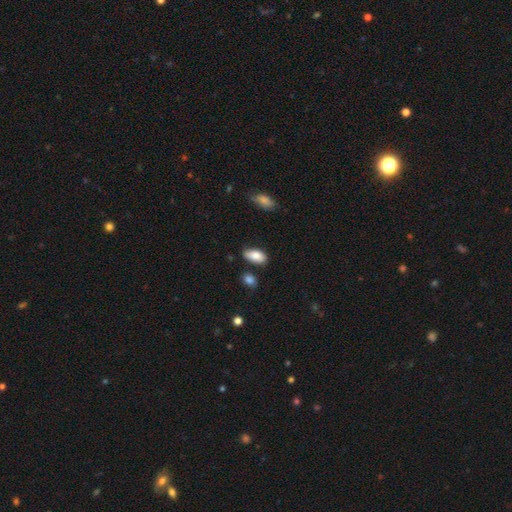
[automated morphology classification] Smooth or featured? smooth (85%)
How rounded? in between (92%)
Merging? none (75%)